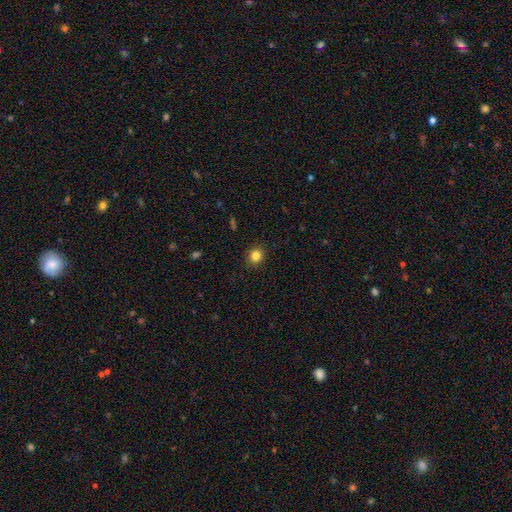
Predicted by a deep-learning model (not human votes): A smooth galaxy with no disk features (83%) that is round (83%).

Vote fractions:
- Smooth or featured? smooth: 83% / star or artifact: 12% / featured or disk: 5%
- How rounded? round: 83% / in between: 16% / cigar-shaped: 1%
- Merging? none: 91% / minor disturbance: 6% / major disturbance: 2% / merger: 1%